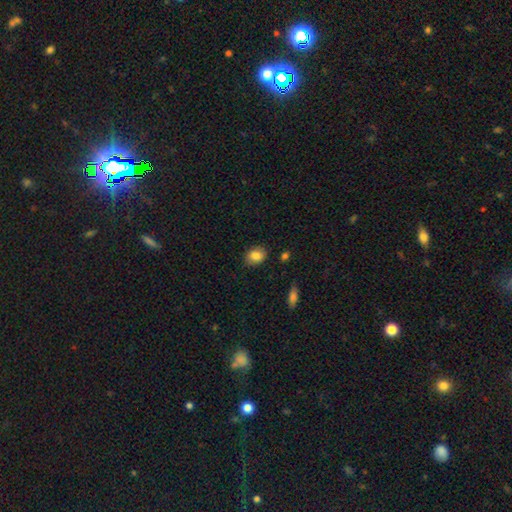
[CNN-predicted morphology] This is clearly a smooth galaxy (84%). How rounded: likely in between (65%). Merging: clearly none (84%).